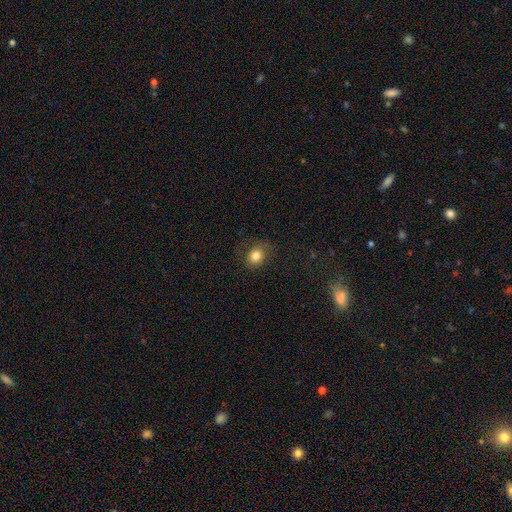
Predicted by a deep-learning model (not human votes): Smooth or featured: smooth — 80% (star or artifact — 11%)
How rounded: round — 63% (in between — 37%)
Merging: none — 74% (minor disturbance — 17%)